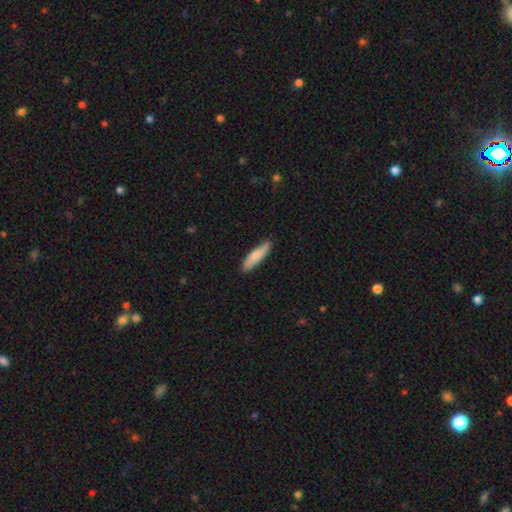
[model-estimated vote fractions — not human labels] Smooth or featured?
  - smooth: 79% *
  - featured or disk: 16%
  - star or artifact: 5%
How rounded?
  - cigar-shaped: 72% *
  - in between: 27%
  - round: 1%
Merging?
  - none: 79% *
  - minor disturbance: 17%
  - major disturbance: 2%
  - merger: 1%